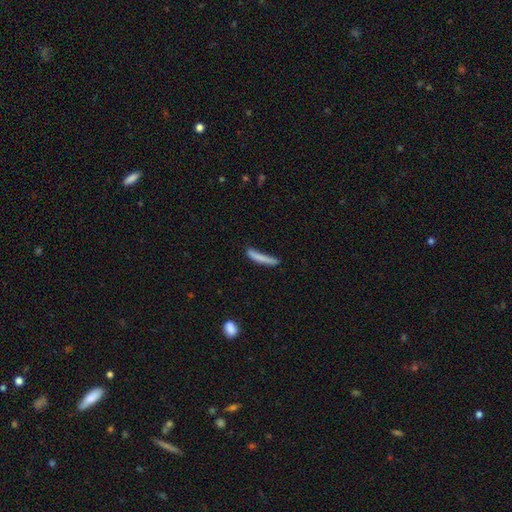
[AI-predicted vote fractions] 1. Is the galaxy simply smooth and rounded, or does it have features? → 70% smooth, 20% featured or disk, 10% star or artifact.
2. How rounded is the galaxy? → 94% cigar-shaped, 5% in between, 2% round.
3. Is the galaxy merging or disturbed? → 72% none, 19% minor disturbance, 6% major disturbance, 3% merger.